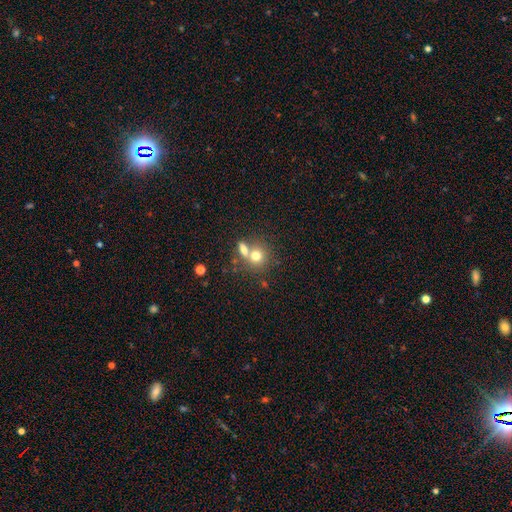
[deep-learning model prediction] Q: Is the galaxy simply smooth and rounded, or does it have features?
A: smooth — 73%.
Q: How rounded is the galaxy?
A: round — 78%.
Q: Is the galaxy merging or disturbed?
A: merger — 44%, tied with none.